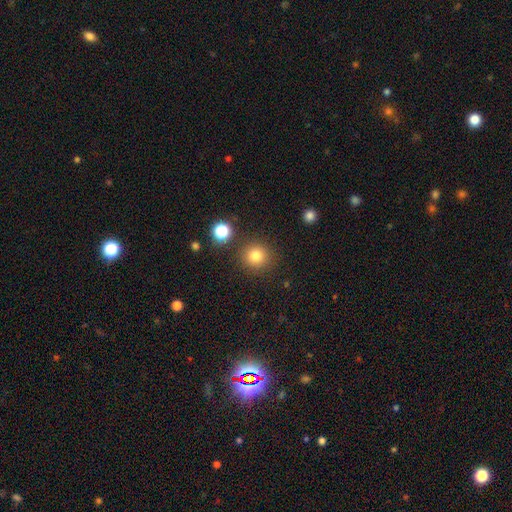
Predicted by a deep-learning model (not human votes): smooth 80%, star or artifact 14%, featured or disk 7%. Down the decision tree: how rounded — round (92%); merging — none (87%).